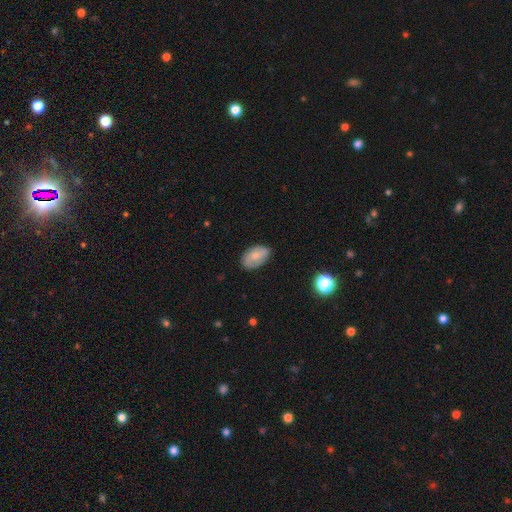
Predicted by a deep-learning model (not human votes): Morphology: type=smooth (62%); roundness=in between (90%); merging=none (75%).